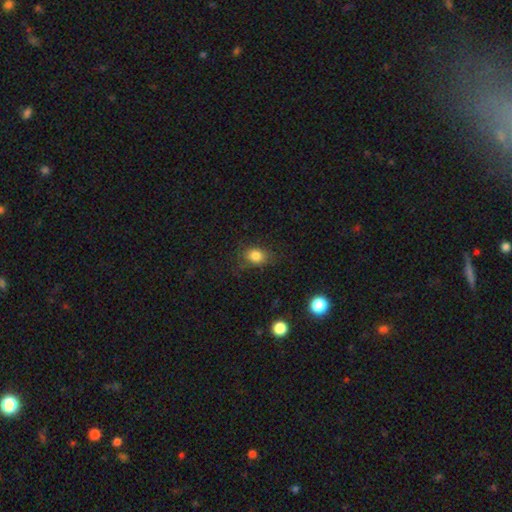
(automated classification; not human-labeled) Smooth or featured? smooth (82%)
How rounded? in between (53%)
Merging? none (72%)